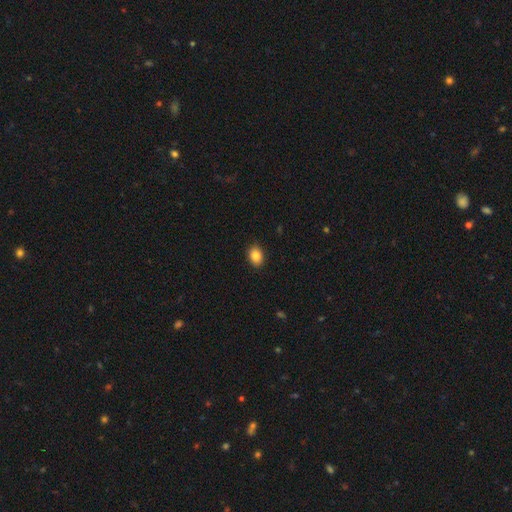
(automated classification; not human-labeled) A smooth galaxy with no disk features (87%) that is in between round and cigar-shaped (74%). Merging: none (89%).